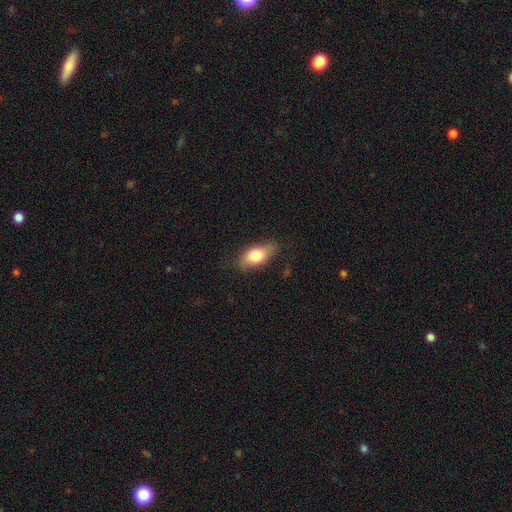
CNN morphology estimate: type=smooth (74%); roundness=in between (83%); merging=none (77%).